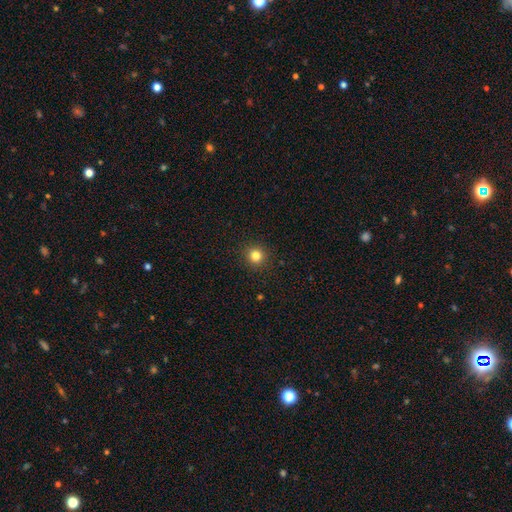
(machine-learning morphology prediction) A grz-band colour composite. It shows a smooth galaxy with no disk features (82%) that is round (94%). Merging: none (92%).